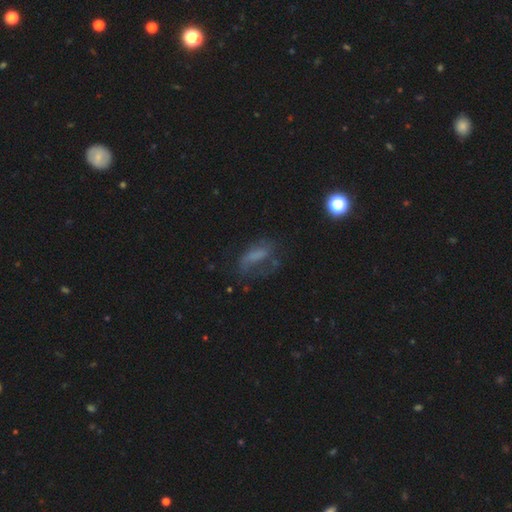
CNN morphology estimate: This is possibly a smooth galaxy (47%). Merging: marginally none (41%).